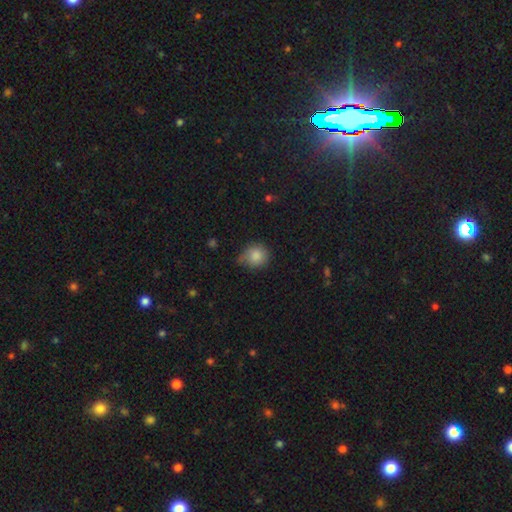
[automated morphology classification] Smooth or featured: smooth — 84% (star or artifact — 9%)
How rounded: round — 80% (in between — 19%)
Merging: none — 53% (minor disturbance — 36%)